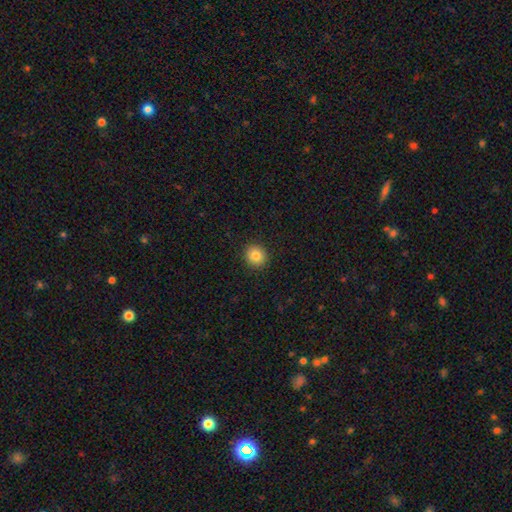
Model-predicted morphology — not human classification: smooth-or-featured: smooth: 83% | star or artifact: 11% | featured or disk: 6%
  how-rounded: round: 90% | in between: 9% | cigar-shaped: 1%
  merging: none: 92% | minor disturbance: 5% | major disturbance: 2% | merger: 1%